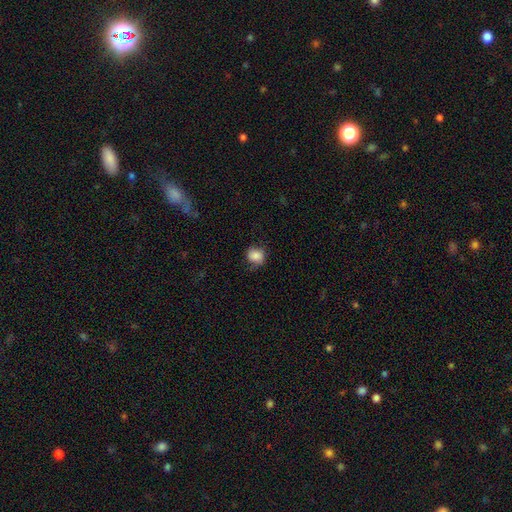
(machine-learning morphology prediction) Smooth or featured? smooth (83%)
How rounded? round (72%)
Merging? none (71%)